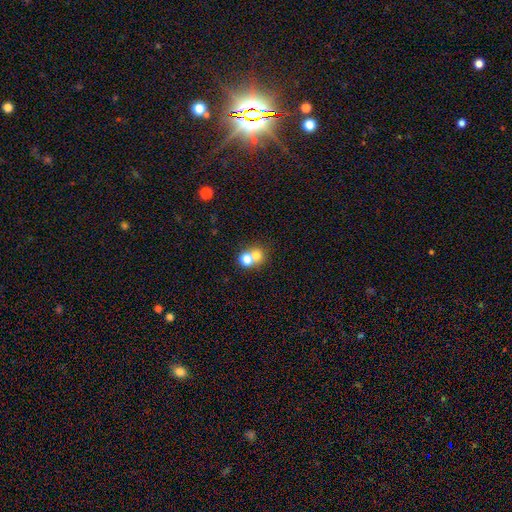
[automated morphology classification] Smooth or featured: smooth — 71% (featured or disk — 16%)
How rounded: round — 79% (in between — 20%)
Merging: merger — 58% (none — 34%)